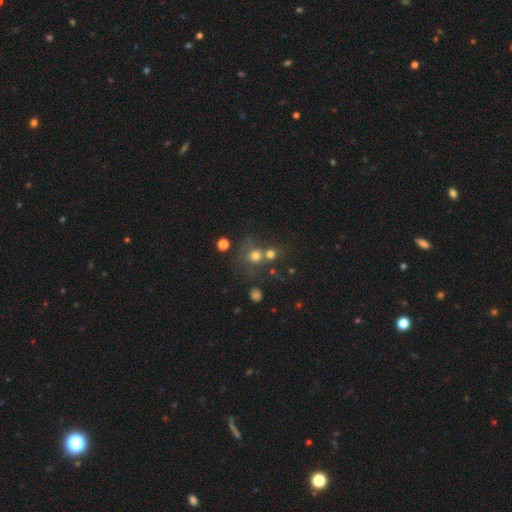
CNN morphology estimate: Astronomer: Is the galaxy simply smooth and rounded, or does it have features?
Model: smooth — 67%.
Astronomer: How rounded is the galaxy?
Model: round — 83%.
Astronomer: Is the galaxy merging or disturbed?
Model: none — 46% (runner-up: merger, 37%).